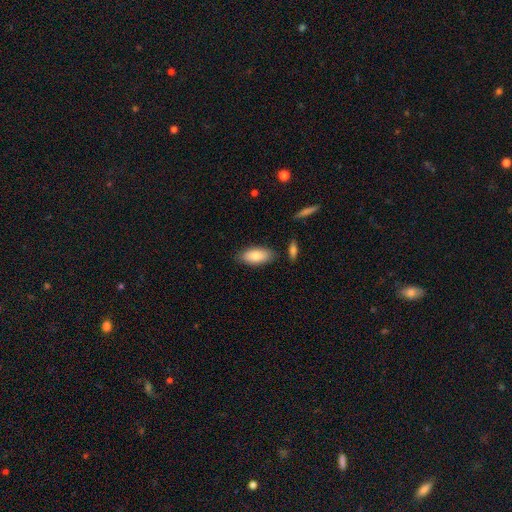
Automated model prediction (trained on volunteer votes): Smooth or featured?
  - smooth: 83% *
  - featured or disk: 11%
  - star or artifact: 6%
How rounded?
  - in between: 89% *
  - cigar-shaped: 9%
  - round: 2%
Merging?
  - none: 82% *
  - minor disturbance: 12%
  - merger: 3%
  - major disturbance: 3%